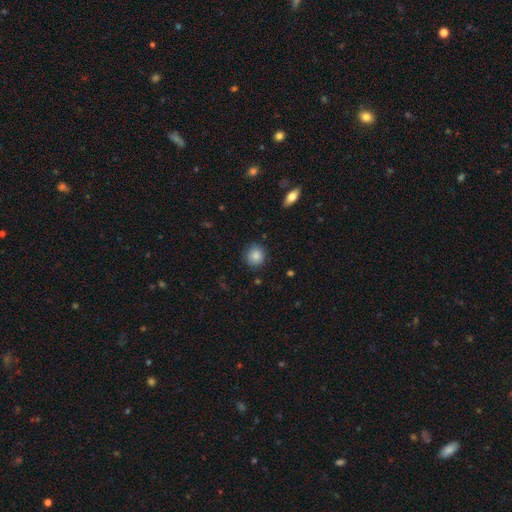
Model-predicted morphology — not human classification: Q: Smooth or featured?
A: smooth (86%); runner-up: star or artifact (8%)
Q: How rounded?
A: round (86%); runner-up: in between (13%)
Q: Merging?
A: none (86%); runner-up: minor disturbance (10%)